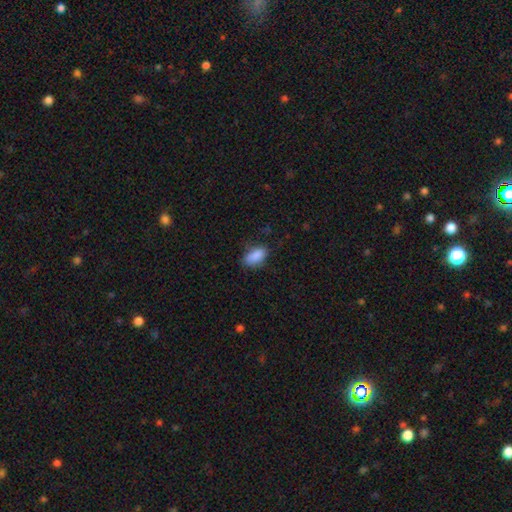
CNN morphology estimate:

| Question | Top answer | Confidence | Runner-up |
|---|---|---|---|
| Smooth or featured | smooth | 87% | star or artifact (8%) |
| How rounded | in between | 91% | cigar-shaped (4%) |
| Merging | none | 71% | minor disturbance (22%) |